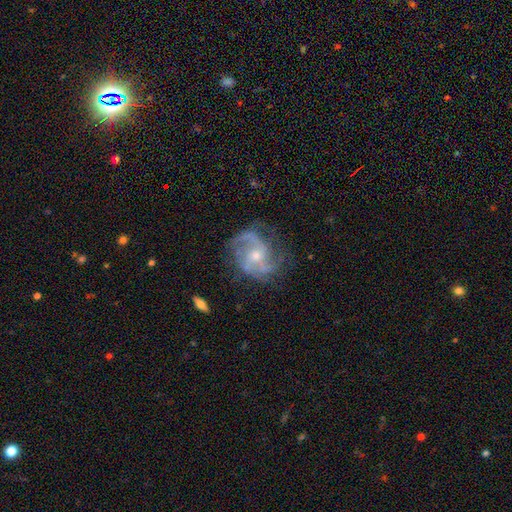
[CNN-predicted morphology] A featured or disk galaxy (88%) with no bar (59%), 2 (58%) medium (52%) spiral arms (97%) and a small central bulge (49%).

Vote fractions:
- Smooth or featured? featured or disk: 88% / star or artifact: 6% / smooth: 6%
- Edge-on disk? no: 98% / yes: 2%
- Bar? no: 59% / weak: 34% / strong: 7%
- Spiral arms? yes: 97% / no: 3%
- Spiral winding? medium: 52% / loose: 26% / tight: 22%
- Spiral arm count? 2: 58% / 3: 20% / can't tell: 10% / 4: 4% / 1: 4% / more than 4: 3%
- Bulge size? small: 49% / moderate: 47% / none: 2% / large: 2% / dominant: 1%
- Merging? none: 70% / minor disturbance: 19% / major disturbance: 9% / merger: 2%